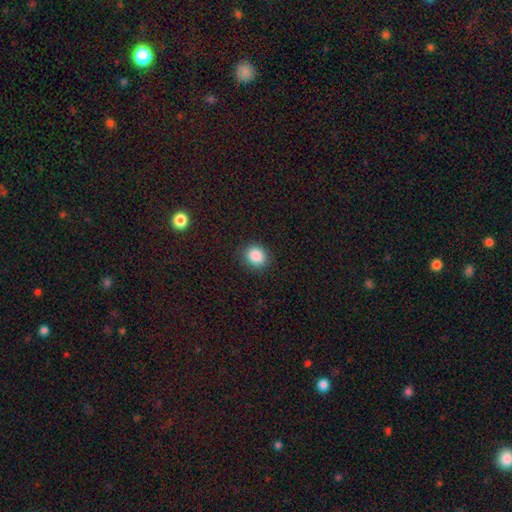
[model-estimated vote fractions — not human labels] Morphology: type=smooth (88%); roundness=round (74%); merging=none (89%).